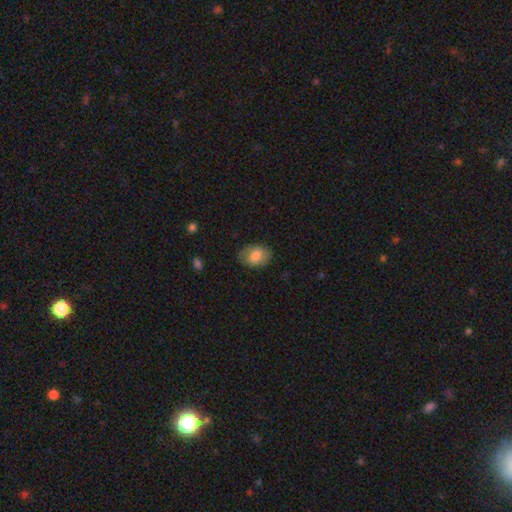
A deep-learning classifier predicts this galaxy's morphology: smooth_or_featured: smooth (p=0.78) [alt: featured or disk p=0.15]
how_rounded: in between (p=0.76) [alt: round p=0.23]
merging: none (p=0.79) [alt: minor disturbance p=0.16]